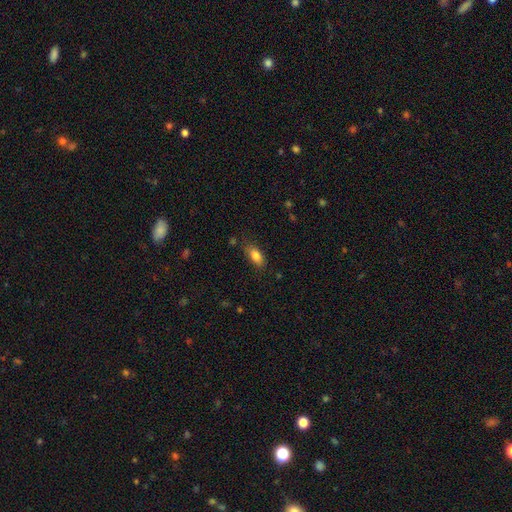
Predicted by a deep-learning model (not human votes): Smooth or featured: smooth — 83% (featured or disk — 8%)
How rounded: in between — 86% (cigar-shaped — 9%)
Merging: none — 74% (minor disturbance — 19%)